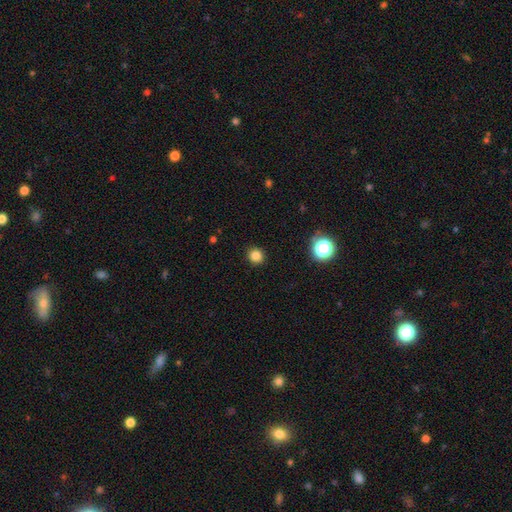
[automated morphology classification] Smooth or featured? Predicted: smooth (p=0.83). How rounded? Predicted: round (p=0.91). Merging? Predicted: none (p=0.92).